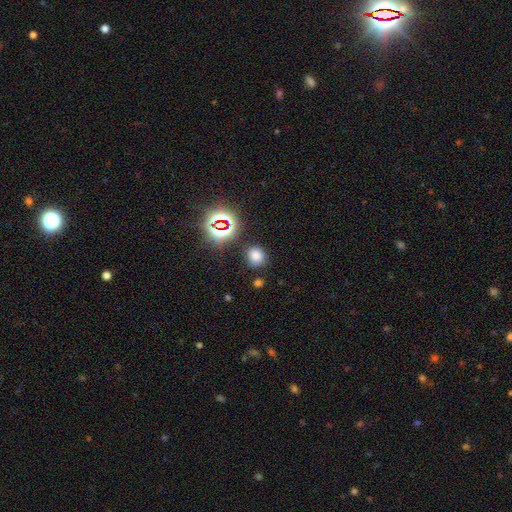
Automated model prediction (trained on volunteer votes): Smooth or featured? Predicted: smooth (p=0.71). How rounded? Predicted: round (p=0.80). Merging? Predicted: none (p=0.83).